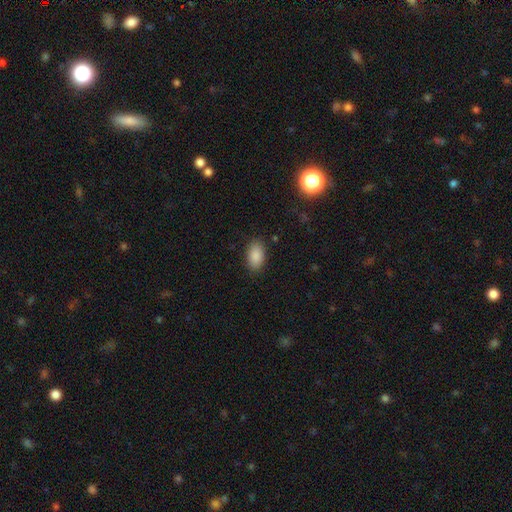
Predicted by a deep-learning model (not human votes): Morphology: type=smooth (88%); roundness=in between (93%); merging=none (86%).